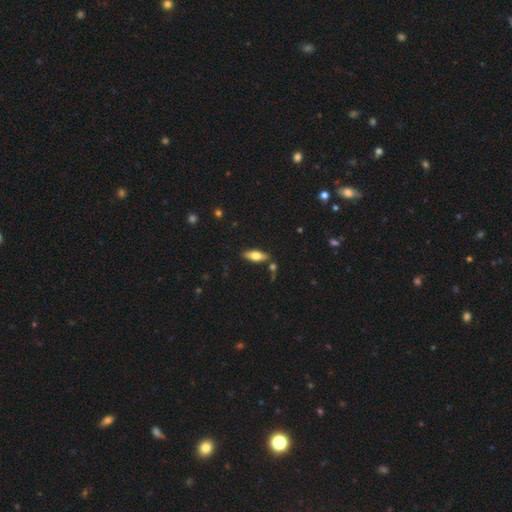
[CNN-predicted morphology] Smooth or featured? smooth (59%)
How rounded? in between (62%)
Merging? none (81%)